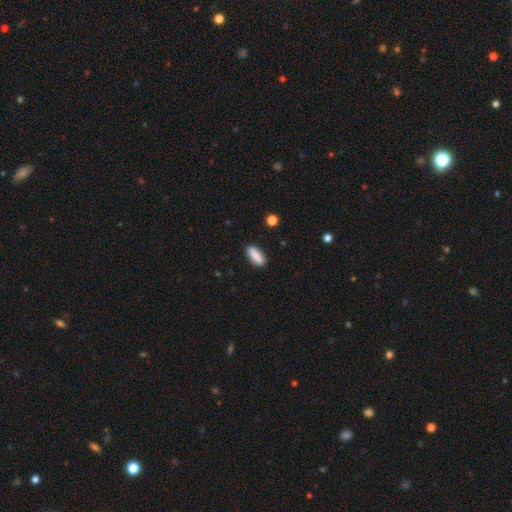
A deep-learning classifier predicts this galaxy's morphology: The model was most divided on "how rounded": in between: 62%, cigar-shaped: 36%, round: 2%. More confident: smooth or featured — smooth (87%); merging — none (86%).